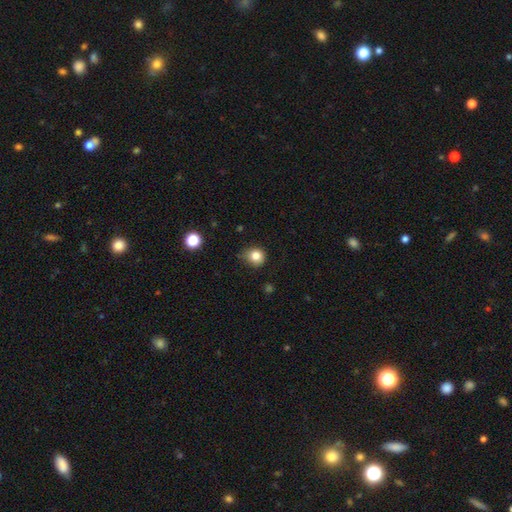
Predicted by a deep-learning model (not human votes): smooth_or_featured: smooth (p=0.81) [alt: star or artifact p=0.12]
how_rounded: round (p=0.80) [alt: in between p=0.19]
merging: none (p=0.67) [alt: minor disturbance p=0.26]